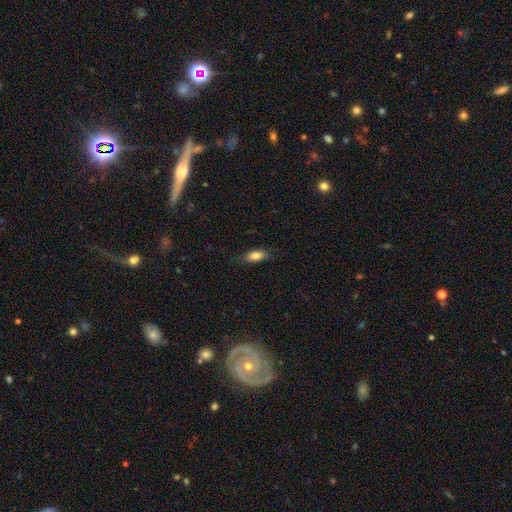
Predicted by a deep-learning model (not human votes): A smooth galaxy with no disk features (82%) that is in between round and cigar-shaped (77%).

Vote fractions:
- Smooth or featured? smooth: 82% / featured or disk: 11% / star or artifact: 7%
- How rounded? in between: 77% / cigar-shaped: 20% / round: 3%
- Merging? none: 81% / minor disturbance: 14% / major disturbance: 3% / merger: 1%